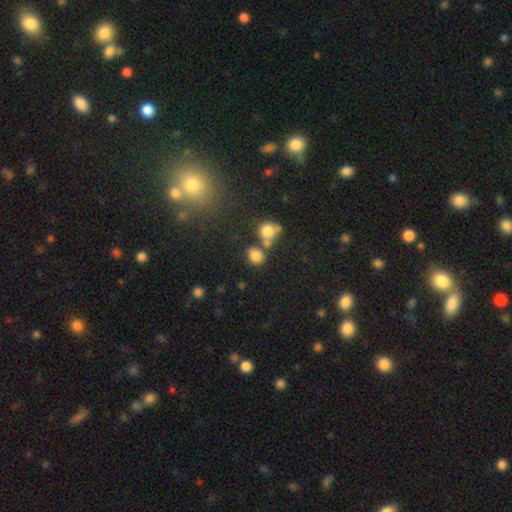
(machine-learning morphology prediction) smooth-or-featured: smooth: 80% | star or artifact: 13% | featured or disk: 7%
  how-rounded: round: 71% | in between: 28% | cigar-shaped: 1%
  merging: none: 54% | merger: 30% | minor disturbance: 11% | major disturbance: 5%